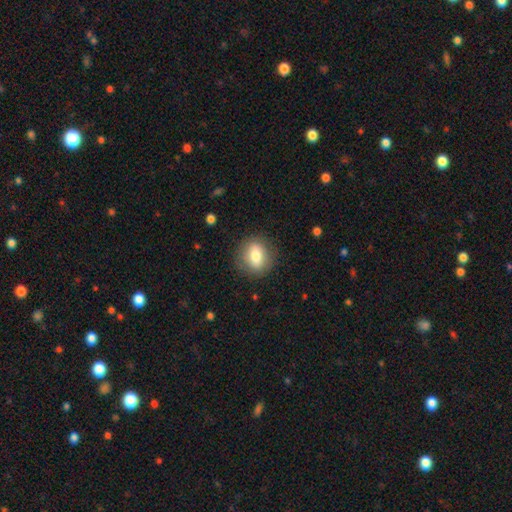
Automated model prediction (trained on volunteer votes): Q: Smooth or featured?
A: smooth (74%); runner-up: featured or disk (18%)
Q: How rounded?
A: round (51%); runner-up: in between (46%)
Q: Merging?
A: none (85%); runner-up: minor disturbance (10%)